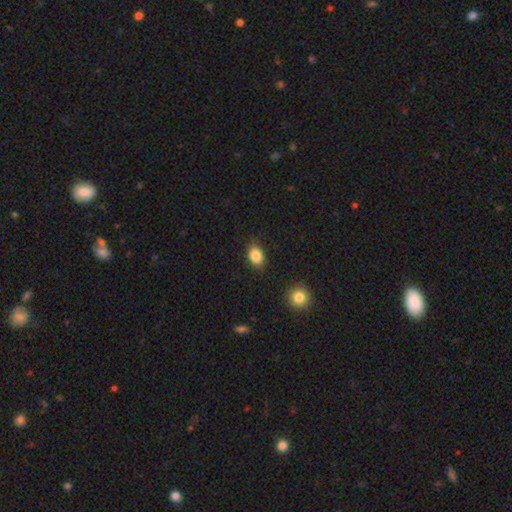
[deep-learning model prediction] smooth 87%, star or artifact 9%, featured or disk 5%. Down the decision tree: how rounded — in between (79%); merging — none (84%).